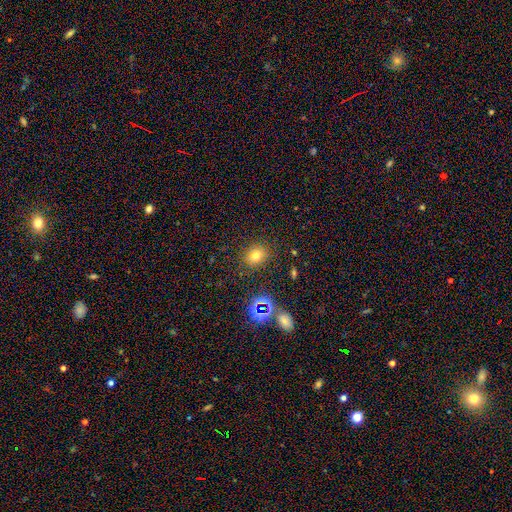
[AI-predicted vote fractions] Q: Smooth or featured?
A: smooth (69%); runner-up: star or artifact (21%)
Q: How rounded?
A: round (62%); runner-up: in between (37%)
Q: Merging?
A: none (86%); runner-up: minor disturbance (9%)